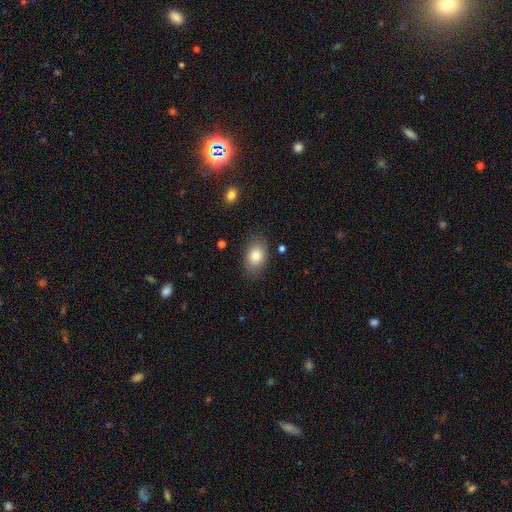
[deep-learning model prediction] Q: Smooth or featured?
A: smooth (82%); runner-up: featured or disk (10%)
Q: How rounded?
A: in between (78%); runner-up: round (21%)
Q: Merging?
A: none (81%); runner-up: minor disturbance (14%)